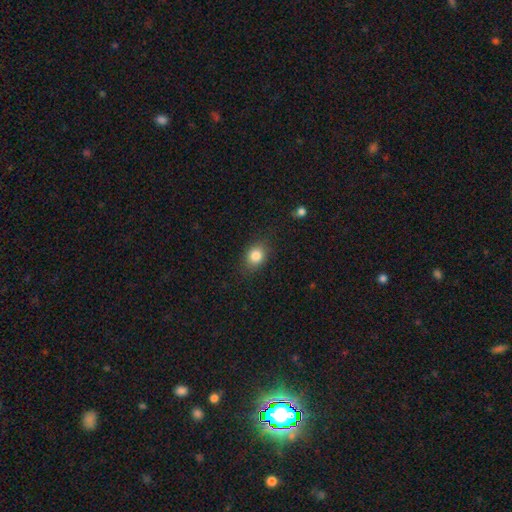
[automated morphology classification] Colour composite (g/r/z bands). It shows a smooth galaxy with no disk features (83%) that is round (52%). Merging: none (83%).